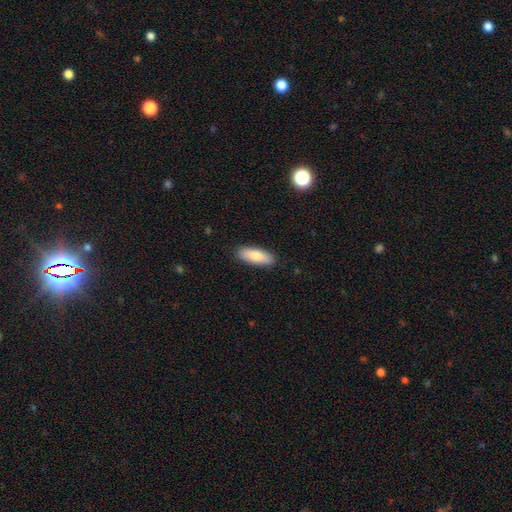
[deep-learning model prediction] smooth-or-featured: smooth: 83% | featured or disk: 11% | star or artifact: 6%
  how-rounded: in between: 69% | cigar-shaped: 29% | round: 2%
  merging: none: 88% | minor disturbance: 9% | major disturbance: 2% | merger: 1%